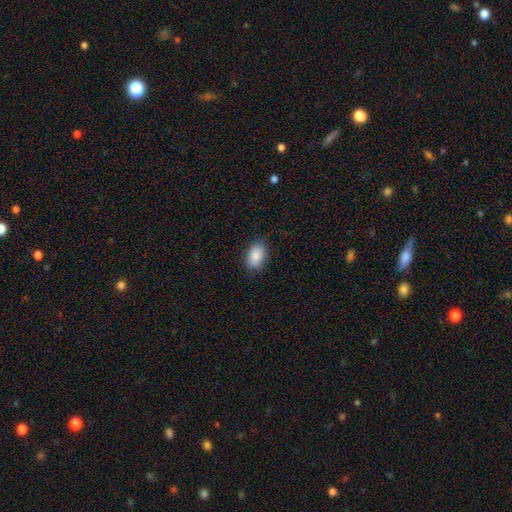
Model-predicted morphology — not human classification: A smooth galaxy with no disk features (88%) that is in between round and cigar-shaped (90%). Merging: none (83%).